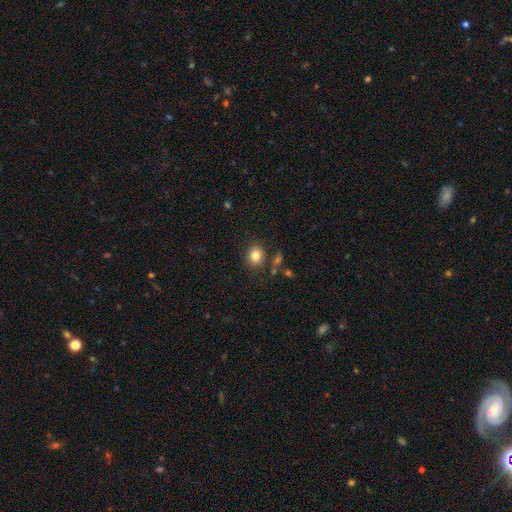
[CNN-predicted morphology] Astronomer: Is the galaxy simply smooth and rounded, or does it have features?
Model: smooth — 82%.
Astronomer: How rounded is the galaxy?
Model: round — 62%.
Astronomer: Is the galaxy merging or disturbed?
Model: none — 81%.